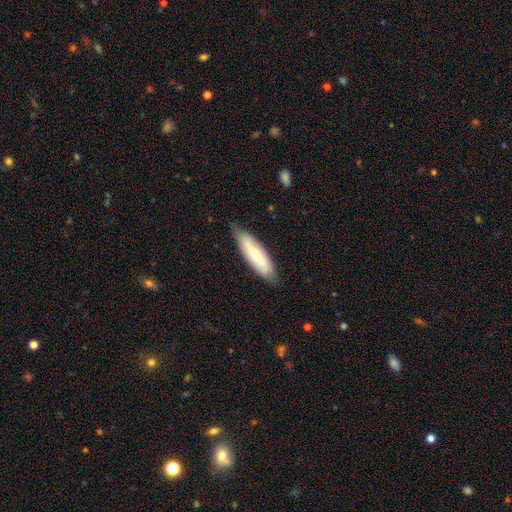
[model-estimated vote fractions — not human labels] Smooth or featured: smooth — 55% (featured or disk — 40%)
How rounded: cigar-shaped — 59% (in between — 39%)
Merging: none — 79% (minor disturbance — 17%)